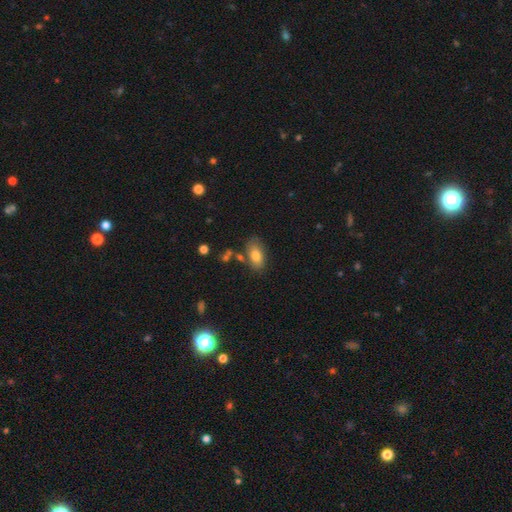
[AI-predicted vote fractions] Smooth or featured? smooth (79%)
How rounded? in between (90%)
Merging? none (72%)